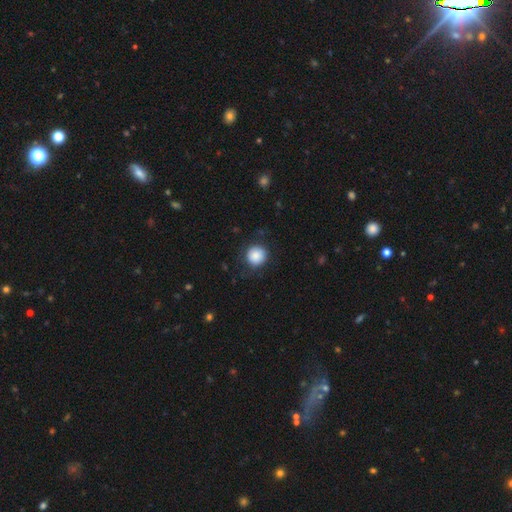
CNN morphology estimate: Smooth or featured: smooth — 86% (star or artifact — 8%)
How rounded: round — 93% (in between — 6%)
Merging: none — 80% (minor disturbance — 13%)